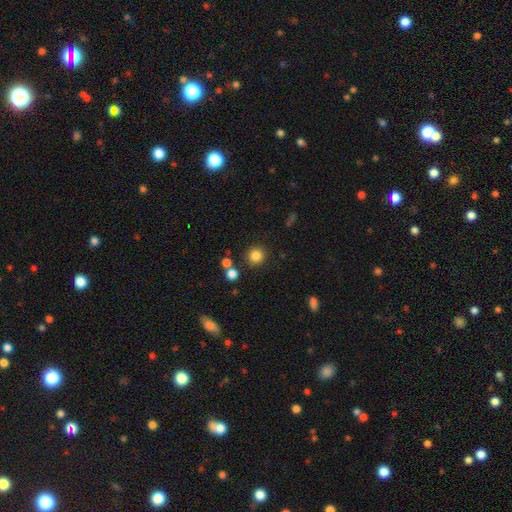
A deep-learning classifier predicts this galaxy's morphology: Smooth or featured?
  - smooth: 83% *
  - star or artifact: 12%
  - featured or disk: 5%
How rounded?
  - round: 90% *
  - in between: 9%
  - cigar-shaped: 1%
Merging?
  - none: 84% *
  - minor disturbance: 8%
  - merger: 6%
  - major disturbance: 3%